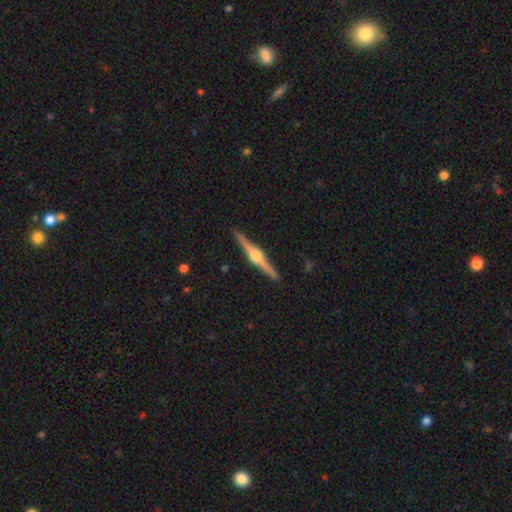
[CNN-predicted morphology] Q: Smooth or featured?
A: featured or disk (85%); runner-up: smooth (10%)
Q: Edge-on disk?
A: yes (99%); runner-up: no (1%)
Q: Edge-on bulge?
A: rounded (92%); runner-up: boxy (6%)
Q: Merging?
A: none (92%); runner-up: minor disturbance (6%)